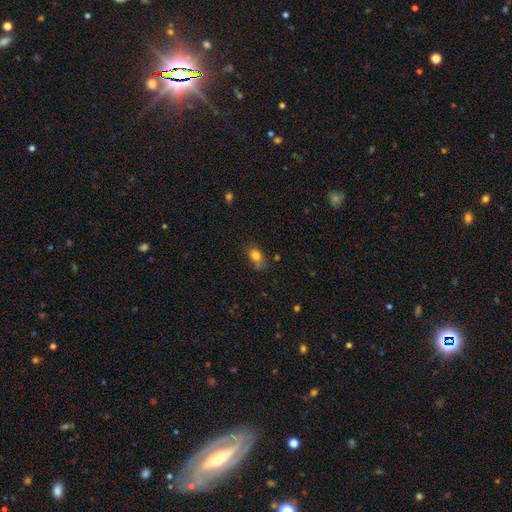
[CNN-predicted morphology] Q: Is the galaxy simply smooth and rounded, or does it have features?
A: smooth — 81%.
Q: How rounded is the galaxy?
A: in between — 72%.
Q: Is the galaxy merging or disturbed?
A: none — 56%.